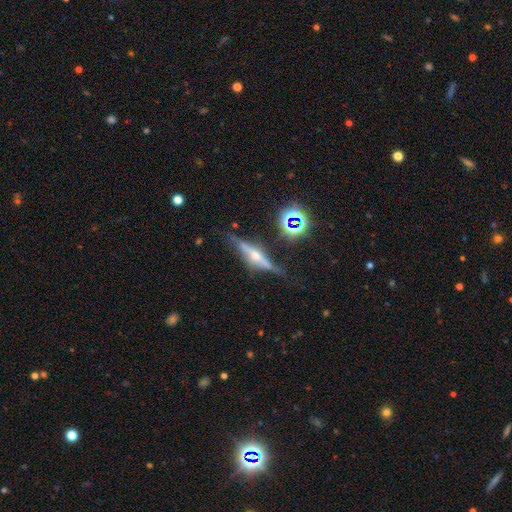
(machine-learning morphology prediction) smooth-or-featured: featured or disk: 77% | smooth: 12% | star or artifact: 12%
  disk-edge-on: yes: 95% | no: 5%
    edge-on-bulge: rounded: 89% | boxy: 7% | none: 4%
  merging: none: 78% | minor disturbance: 15% | major disturbance: 5% | merger: 2%